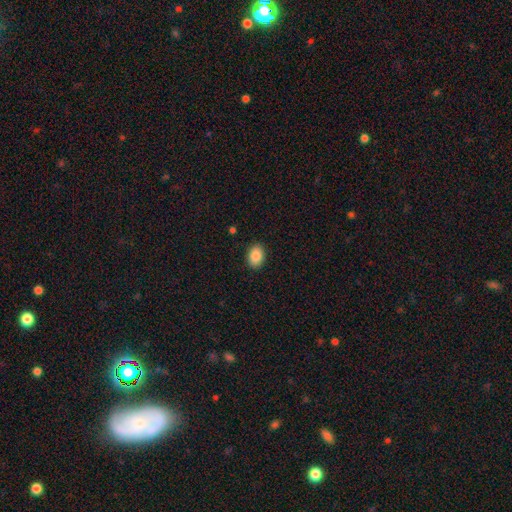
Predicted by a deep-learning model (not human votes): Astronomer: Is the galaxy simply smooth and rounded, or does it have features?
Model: smooth — 88%.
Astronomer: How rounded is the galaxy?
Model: in between — 82%.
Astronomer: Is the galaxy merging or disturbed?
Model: none — 90%.